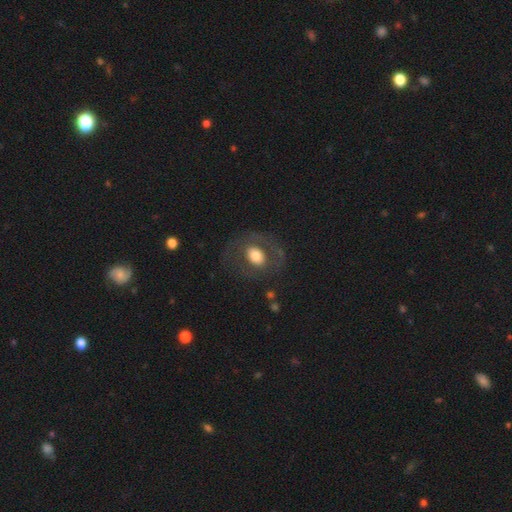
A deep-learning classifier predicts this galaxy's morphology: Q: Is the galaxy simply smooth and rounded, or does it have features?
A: smooth — 55%.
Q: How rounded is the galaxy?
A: in between — 55%.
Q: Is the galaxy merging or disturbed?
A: none — 71%.